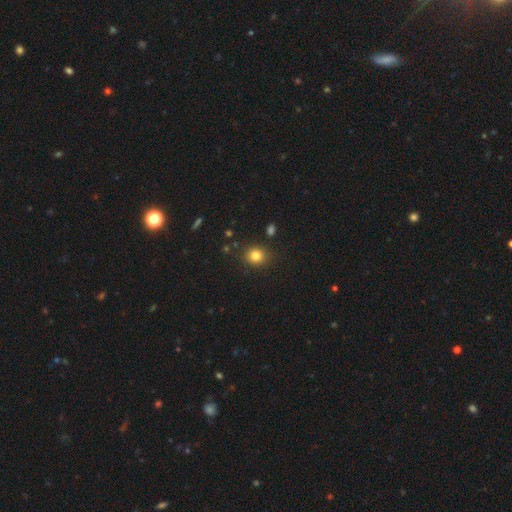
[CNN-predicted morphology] The model was most divided on "how rounded": round: 80%, in between: 19%, cigar-shaped: 1%. More confident: merging — none (86%); smooth or featured — smooth (82%).